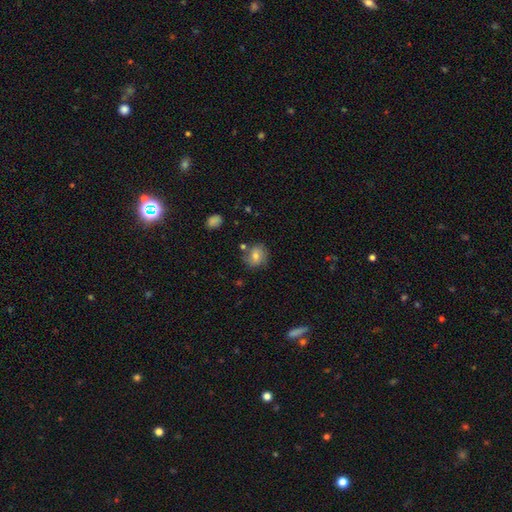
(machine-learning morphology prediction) Q: Smooth or featured?
A: smooth (67%); runner-up: featured or disk (22%)
Q: How rounded?
A: round (76%); runner-up: in between (23%)
Q: Merging?
A: none (71%); runner-up: minor disturbance (18%)